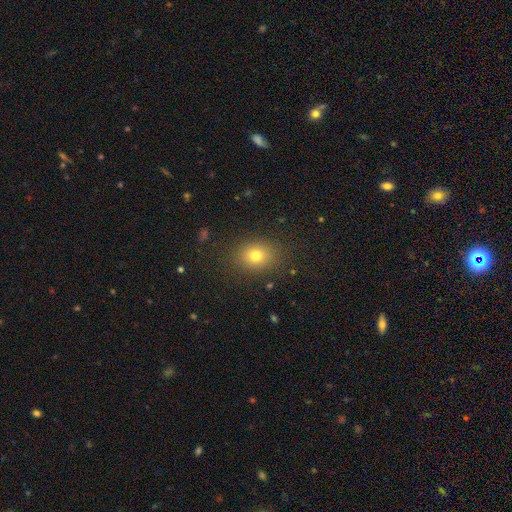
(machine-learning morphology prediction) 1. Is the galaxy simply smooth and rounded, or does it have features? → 75% smooth, 15% star or artifact, 10% featured or disk.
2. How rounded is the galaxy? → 57% round, 42% in between, 1% cigar-shaped.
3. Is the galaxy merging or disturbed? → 86% none, 9% minor disturbance, 4% major disturbance, 1% merger.